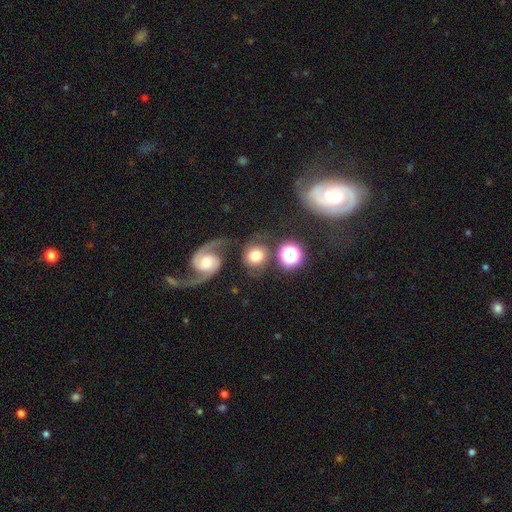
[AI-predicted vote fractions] Overall: smooth (61%; featured or disk 28%). How rounded: round (78%). Merging: none (62%).